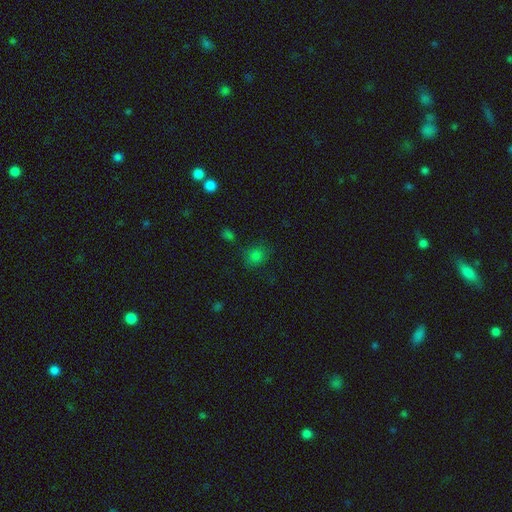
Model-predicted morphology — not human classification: This is likely a smooth galaxy (77%). How rounded: likely round (72%). Merging: likely none (76%).